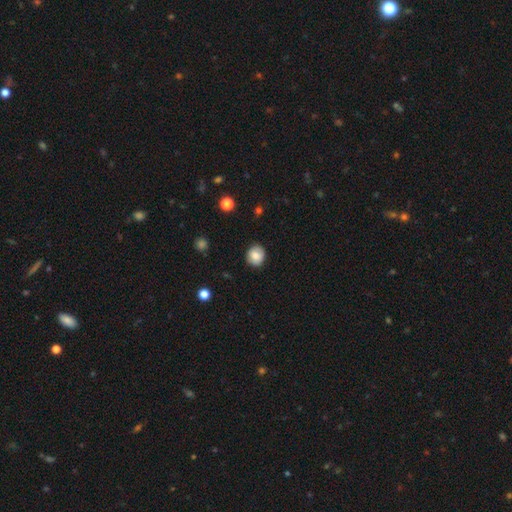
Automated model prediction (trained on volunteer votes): A smooth galaxy with no disk features (82%) that is round (77%). Merging: none (86%).